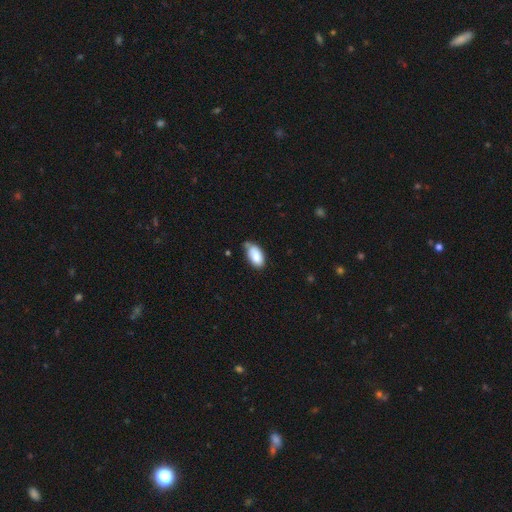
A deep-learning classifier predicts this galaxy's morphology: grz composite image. It shows a smooth galaxy with no disk features (84%) that is in between round and cigar-shaped (94%). Merging: none (53%).